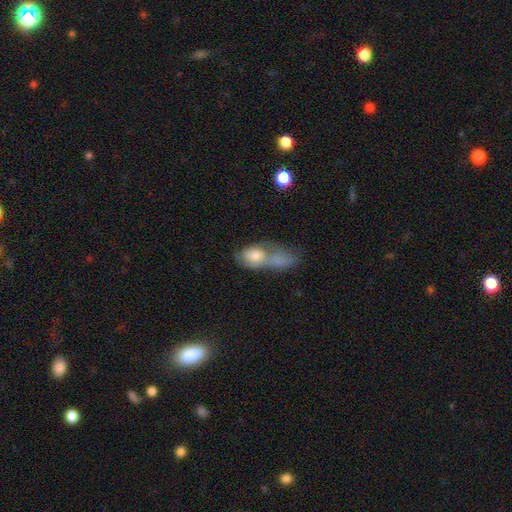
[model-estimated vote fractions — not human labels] Smooth or featured? Predicted: smooth (p=0.58). How rounded? Predicted: in between (p=0.79). Merging? Predicted: merger (p=0.59).